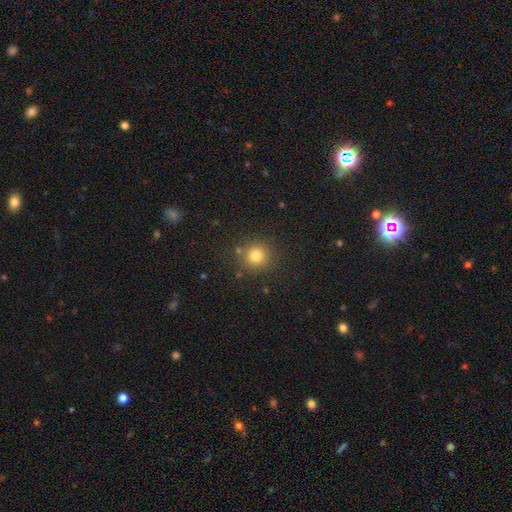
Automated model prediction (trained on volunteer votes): smooth-or-featured: smooth: 80% | star or artifact: 14% | featured or disk: 6%
  how-rounded: round: 93% | in between: 6% | cigar-shaped: 1%
  merging: none: 86% | minor disturbance: 8% | merger: 4% | major disturbance: 3%